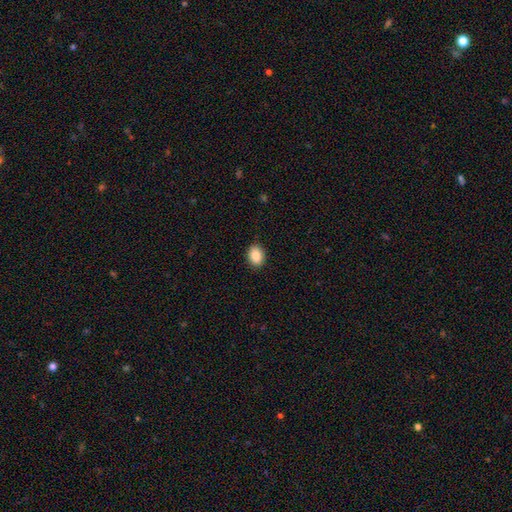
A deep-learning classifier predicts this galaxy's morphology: smooth_or_featured: smooth (p=0.87) [alt: star or artifact p=0.08]
how_rounded: in between (p=0.69) [alt: round p=0.30]
merging: none (p=0.89) [alt: minor disturbance p=0.08]